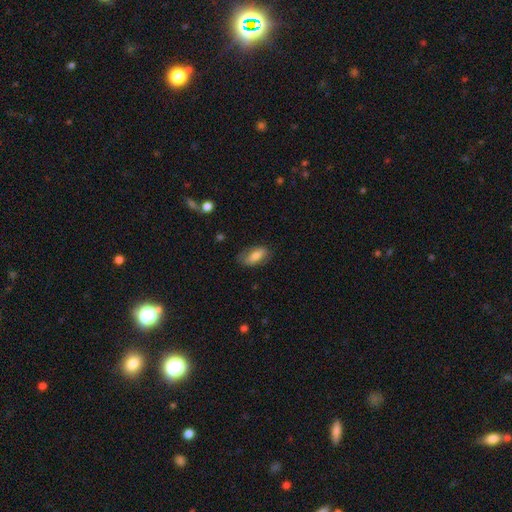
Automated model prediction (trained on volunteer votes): A smooth galaxy with no disk features (71%) that is in between round and cigar-shaped (82%).

Vote fractions:
- Smooth or featured? smooth: 71% / featured or disk: 22% / star or artifact: 7%
- How rounded? in between: 82% / cigar-shaped: 14% / round: 4%
- Merging? none: 72% / minor disturbance: 21% / major disturbance: 6% / merger: 1%